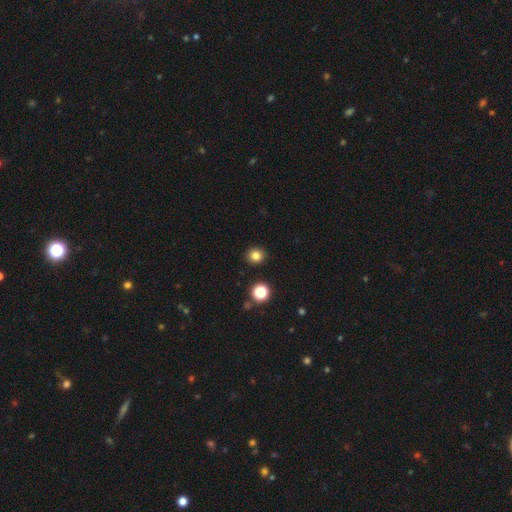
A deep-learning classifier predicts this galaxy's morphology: smooth_or_featured: smooth (p=0.82) [alt: star or artifact p=0.13]
how_rounded: round (p=0.87) [alt: in between p=0.12]
merging: none (p=0.91) [alt: minor disturbance p=0.05]